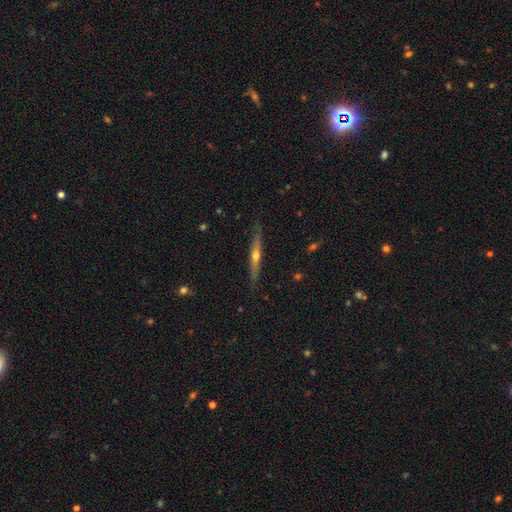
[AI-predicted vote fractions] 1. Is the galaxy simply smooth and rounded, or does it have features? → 66% featured or disk, 28% smooth, 6% star or artifact.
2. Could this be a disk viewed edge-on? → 95% yes, 5% no.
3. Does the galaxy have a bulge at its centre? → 85% rounded, 13% none, 2% boxy.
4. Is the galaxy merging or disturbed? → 85% none, 12% minor disturbance, 2% major disturbance, 1% merger.